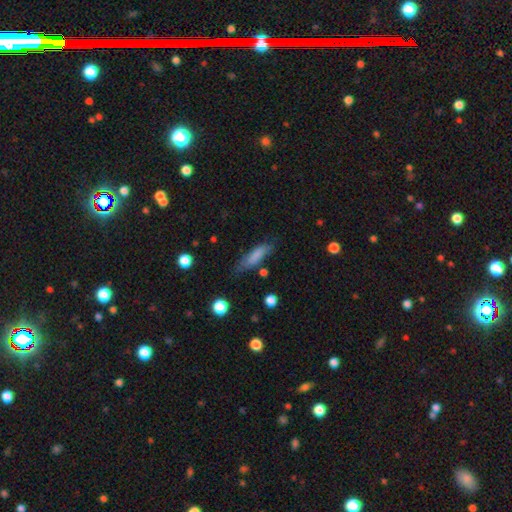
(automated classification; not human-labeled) Smooth or featured? Predicted: smooth (p=0.78). How rounded? Predicted: cigar-shaped (p=0.63). Merging? Predicted: none (p=0.65).